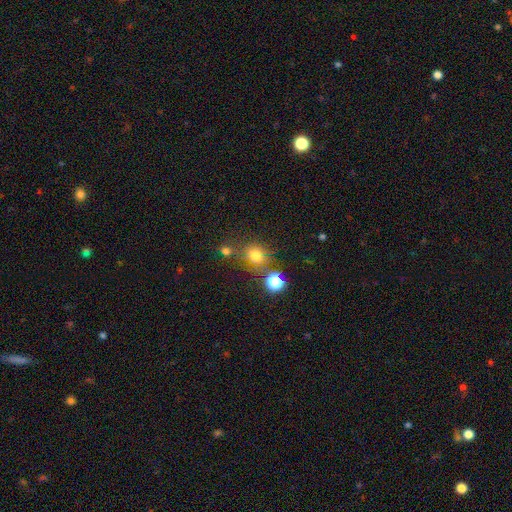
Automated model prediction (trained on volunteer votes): smooth-or-featured: smooth: 71% | star or artifact: 21% | featured or disk: 8%
  how-rounded: round: 82% | in between: 17% | cigar-shaped: 1%
  merging: none: 70% | minor disturbance: 13% | merger: 12% | major disturbance: 5%